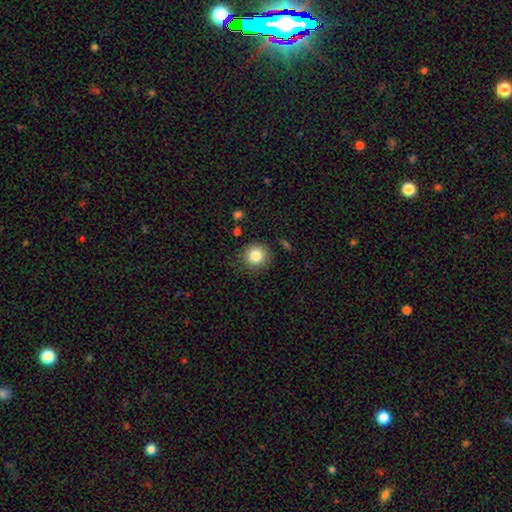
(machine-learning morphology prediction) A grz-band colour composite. It shows a smooth galaxy with no disk features (84%) that is round (91%). Merging: none (85%).